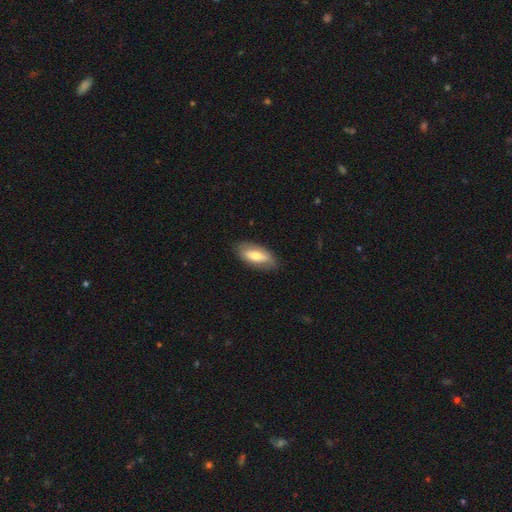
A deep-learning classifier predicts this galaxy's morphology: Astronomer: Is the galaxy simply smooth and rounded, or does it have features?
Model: smooth — 63%.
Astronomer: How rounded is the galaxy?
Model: in between — 79%.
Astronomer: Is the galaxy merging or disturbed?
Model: none — 82%.